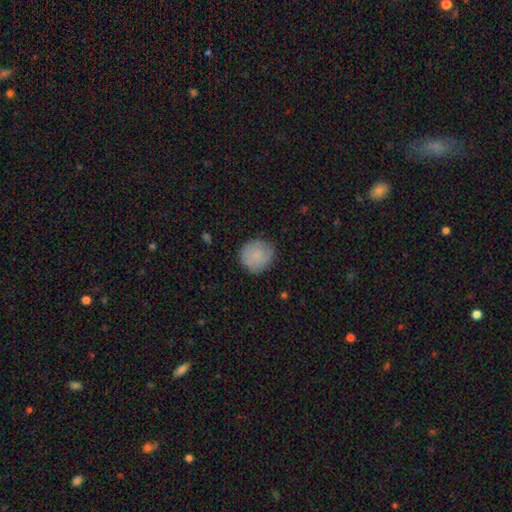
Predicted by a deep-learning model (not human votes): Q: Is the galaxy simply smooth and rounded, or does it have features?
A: smooth — 78%.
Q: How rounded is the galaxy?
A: round — 91%.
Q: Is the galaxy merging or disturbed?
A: none — 81%.